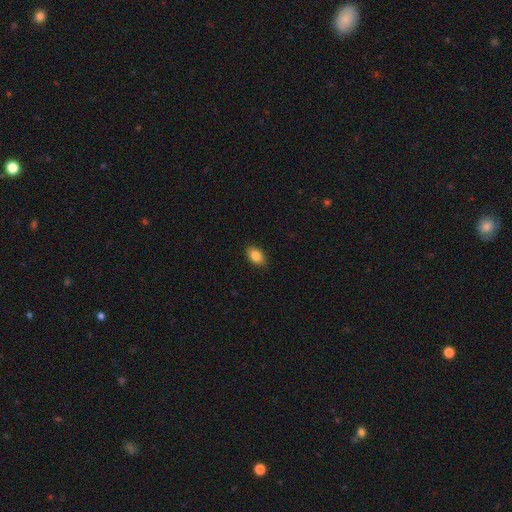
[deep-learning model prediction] A smooth galaxy with no disk features (86%) that is in between round and cigar-shaped (90%).

Vote fractions:
- Smooth or featured? smooth: 86% / star or artifact: 8% / featured or disk: 6%
- How rounded? in between: 90% / round: 9% / cigar-shaped: 2%
- Merging? none: 89% / minor disturbance: 8% / major disturbance: 2% / merger: 1%